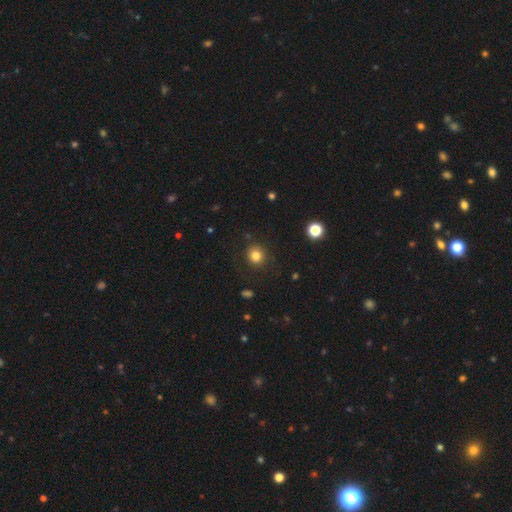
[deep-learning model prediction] A smooth galaxy with no disk features (82%) that is round (91%).

Vote fractions:
- Smooth or featured? smooth: 82% / star or artifact: 12% / featured or disk: 6%
- How rounded? round: 91% / in between: 8% / cigar-shaped: 1%
- Merging? none: 87% / minor disturbance: 8% / major disturbance: 3% / merger: 1%